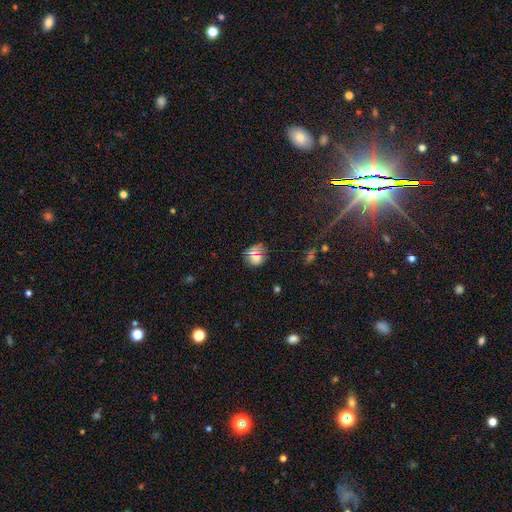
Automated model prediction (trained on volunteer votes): Morphology: type=smooth (70%); roundness=round (86%); merging=none (82%).